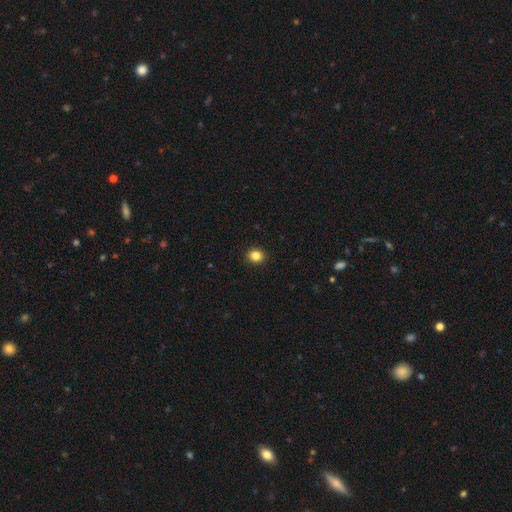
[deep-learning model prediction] Q: Smooth or featured?
A: smooth (84%); runner-up: star or artifact (11%)
Q: How rounded?
A: round (75%); runner-up: in between (24%)
Q: Merging?
A: none (92%); runner-up: minor disturbance (5%)